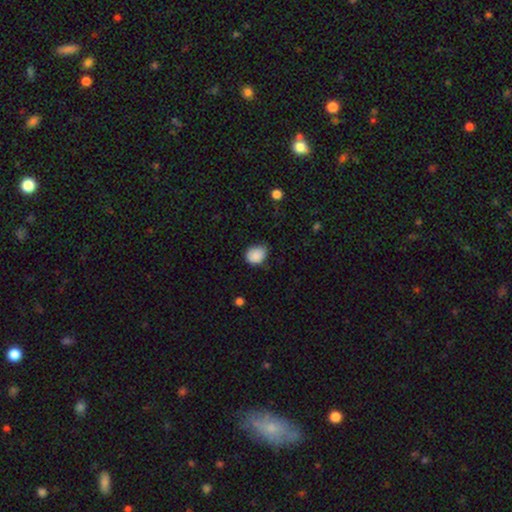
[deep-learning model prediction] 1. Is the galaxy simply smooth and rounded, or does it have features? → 87% smooth, 8% star or artifact, 5% featured or disk.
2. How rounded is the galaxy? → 50% round, 49% in between, 1% cigar-shaped.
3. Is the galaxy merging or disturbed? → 58% none, 35% minor disturbance, 5% major disturbance, 1% merger.